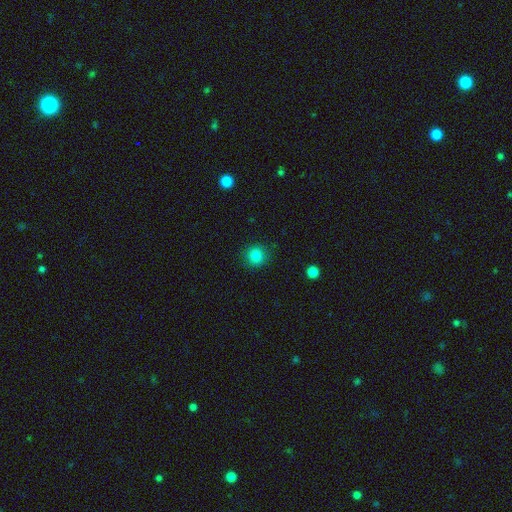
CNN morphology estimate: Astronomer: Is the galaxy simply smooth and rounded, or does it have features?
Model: smooth — 83%.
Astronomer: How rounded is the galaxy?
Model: round — 92%.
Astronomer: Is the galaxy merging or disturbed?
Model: none — 89%.